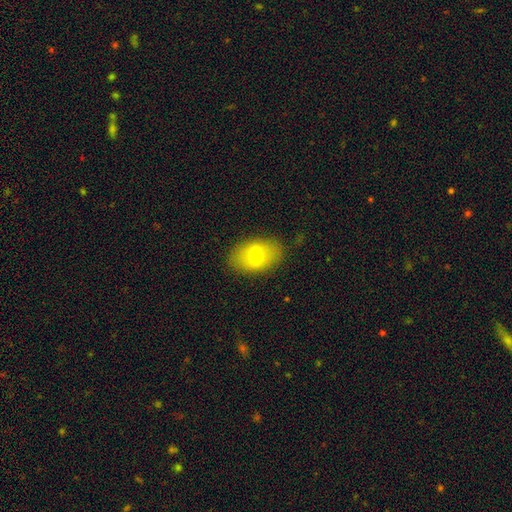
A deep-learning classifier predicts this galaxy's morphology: type=smooth (68%); roundness=in between (82%); merging=none (83%).